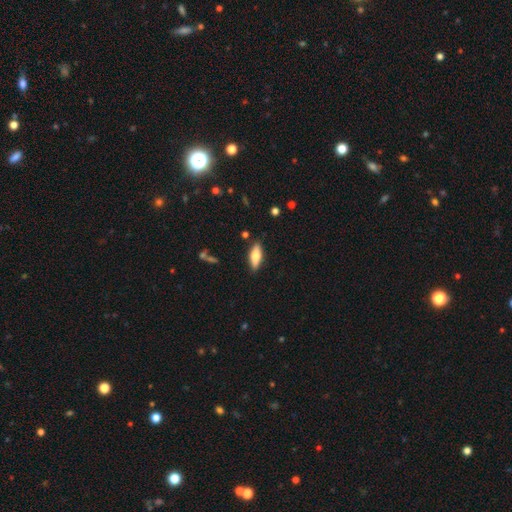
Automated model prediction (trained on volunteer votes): smooth 61%, featured or disk 33%, star or artifact 6%. Down the decision tree: how rounded — in between (63%); merging — none (87%).